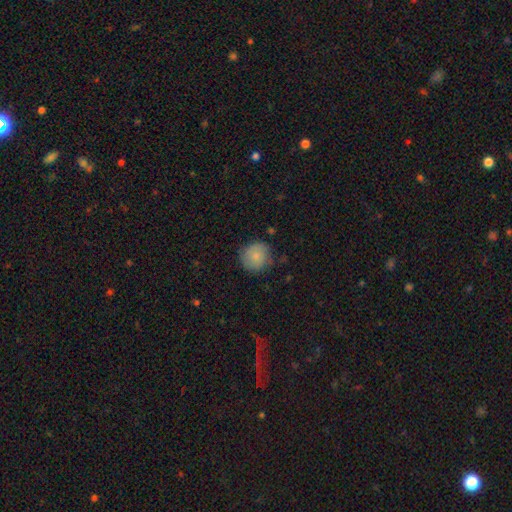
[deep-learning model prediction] The model was most divided on "merging": none: 74%, minor disturbance: 20%, major disturbance: 5%, merger: 2%. More confident: how rounded — round (90%); smooth or featured — smooth (78%).